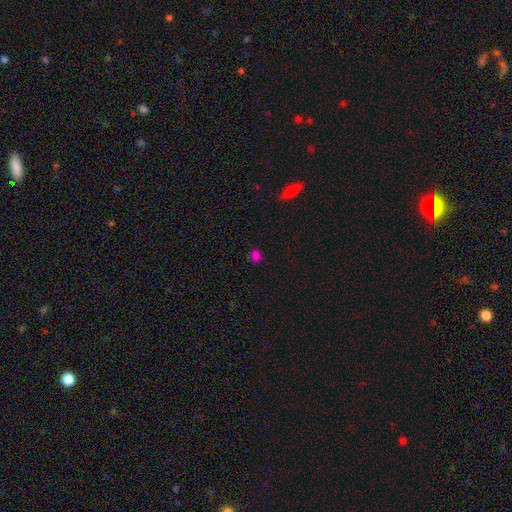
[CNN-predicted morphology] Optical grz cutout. It shows a smooth galaxy with no disk features (77%) that is round (77%). Merging: none (85%).